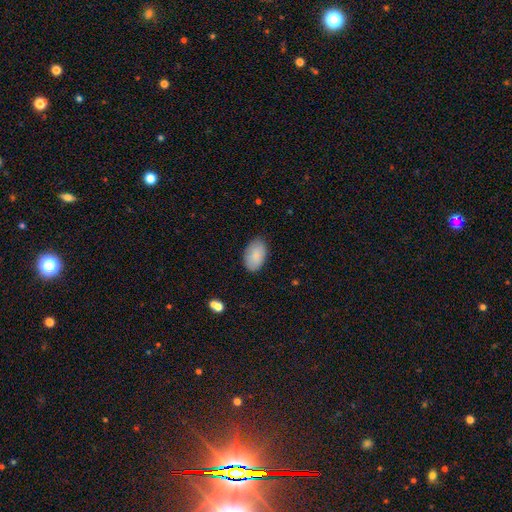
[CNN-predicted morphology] Overall: smooth (88%). How rounded: in between (94%). Merging: none (85%).